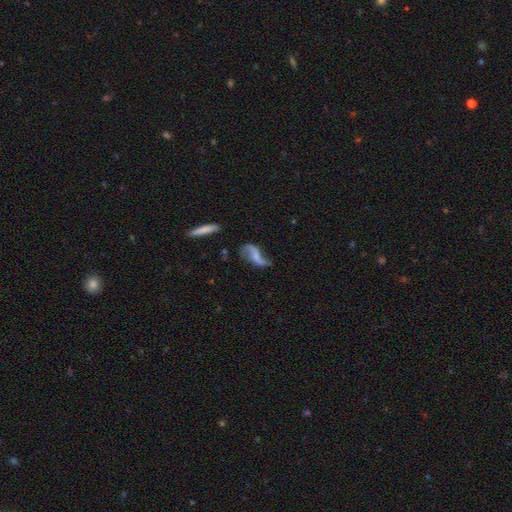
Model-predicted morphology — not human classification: A featured or disk galaxy (77%) with a weak bar (40%, tied with no), 2 (88%) loose (88%) spiral arms (91%) and no central bulge (47%).

Vote fractions:
- Smooth or featured? featured or disk: 77% / smooth: 15% / star or artifact: 7%
- Edge-on disk? no: 94% / yes: 6%
- Bar? weak: 40% (tied) / no: 40% (tied) / strong: 19%
- Spiral arms? yes: 91% / no: 9%
- Spiral winding? loose: 88% / medium: 9% / tight: 3%
- Spiral arm count? 2: 88% / 1: 6% / can't tell: 3% / 3: 1% / 4: 1% / more than 4: 1%
- Bulge size? none: 47% / small: 34% / moderate: 15% / large: 3% / dominant: 1%
- Merging? none: 55% / minor disturbance: 21% / major disturbance: 17% / merger: 7%